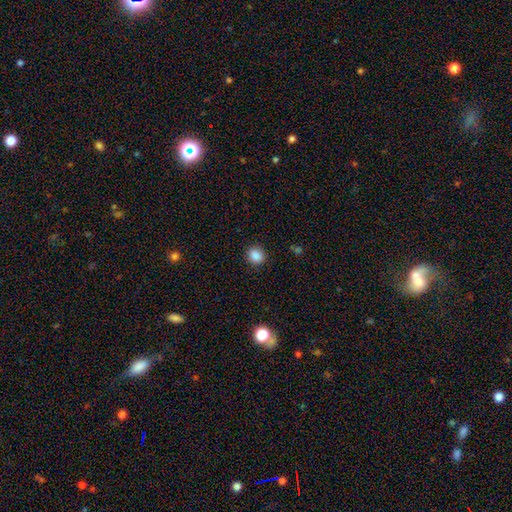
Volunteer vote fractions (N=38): Q: Smooth or featured?
A: smooth (92%); runner-up: star or artifact (8%)
Q: How rounded?
A: round (69%); runner-up: in between (31%)
Q: Merging?
A: none (97%); runner-up: minor disturbance (3%)